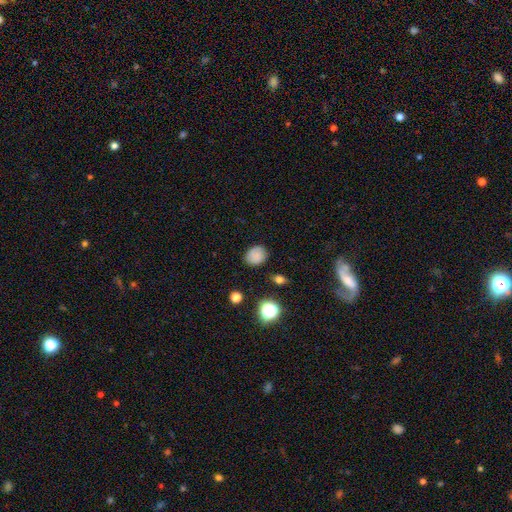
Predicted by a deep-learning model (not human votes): Q: Smooth or featured?
A: smooth (82%); runner-up: star or artifact (12%)
Q: How rounded?
A: round (66%); runner-up: in between (33%)
Q: Merging?
A: none (82%); runner-up: minor disturbance (13%)